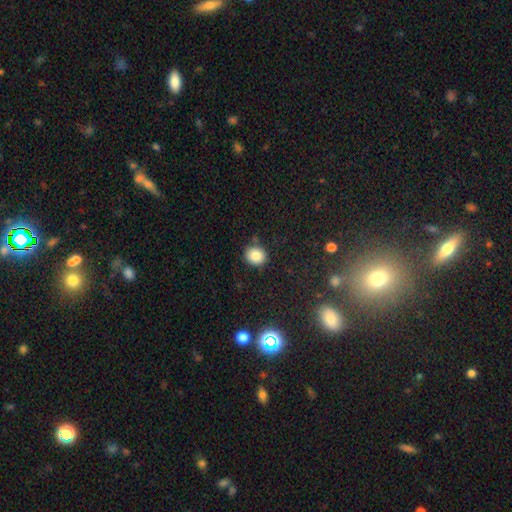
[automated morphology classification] Smooth or featured? smooth (82%)
How rounded? round (76%)
Merging? none (83%)